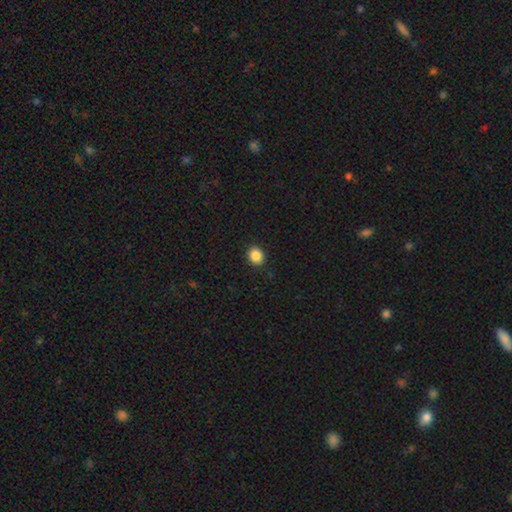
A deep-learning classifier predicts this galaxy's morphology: Smooth or featured? Predicted: smooth (p=0.88). How rounded? Predicted: round (p=0.60). Merging? Predicted: none (p=0.91).